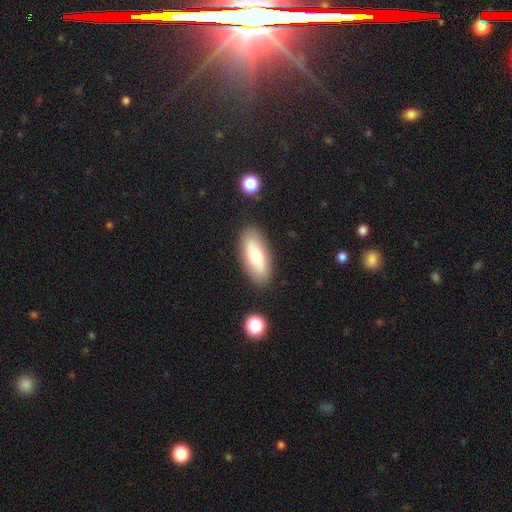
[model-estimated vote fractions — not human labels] smooth_or_featured: smooth (p=0.66) [alt: featured or disk p=0.27]
how_rounded: in between (p=0.80) [alt: cigar-shaped p=0.18]
merging: none (p=0.86) [alt: minor disturbance p=0.10]